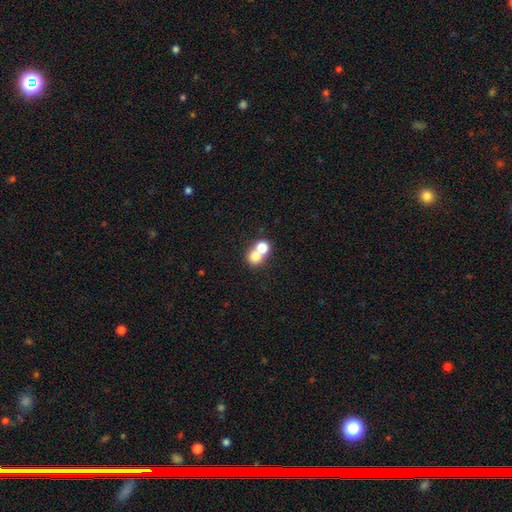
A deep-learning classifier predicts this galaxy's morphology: smooth 74%, featured or disk 14%, star or artifact 12%. Down the decision tree: how rounded — round (80%); merging — merger (60%).